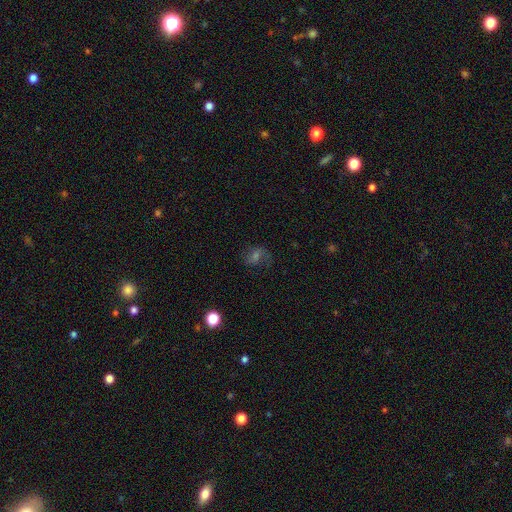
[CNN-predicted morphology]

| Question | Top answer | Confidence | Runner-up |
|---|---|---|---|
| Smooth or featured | featured or disk | 49% | smooth (29%) |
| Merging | none | 66% | minor disturbance (17%) |